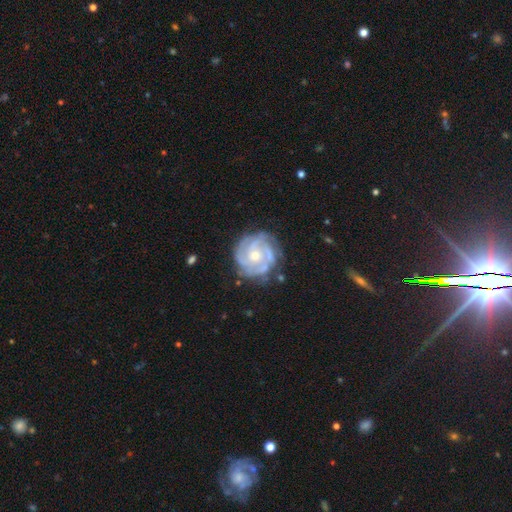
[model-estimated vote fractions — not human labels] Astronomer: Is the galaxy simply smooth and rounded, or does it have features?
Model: featured or disk — 84%.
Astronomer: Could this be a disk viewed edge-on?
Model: no — 98%.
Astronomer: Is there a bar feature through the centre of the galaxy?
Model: no — 77%.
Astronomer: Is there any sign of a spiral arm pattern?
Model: yes — 92%.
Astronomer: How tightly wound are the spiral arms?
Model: tight — 67%.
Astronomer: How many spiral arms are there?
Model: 3 — 32% (runner-up: can't tell, 27%).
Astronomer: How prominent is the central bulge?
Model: small — 57% (runner-up: moderate, 40%).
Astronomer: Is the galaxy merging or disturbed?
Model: none — 73%.